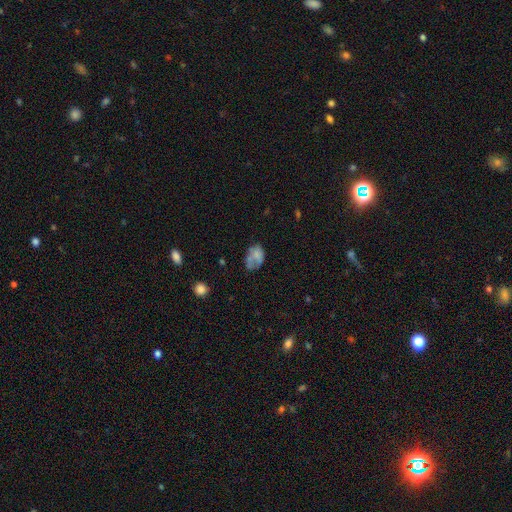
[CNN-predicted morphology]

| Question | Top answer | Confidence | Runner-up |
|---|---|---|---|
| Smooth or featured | smooth | 61% | featured or disk (28%) |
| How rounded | in between | 83% | round (16%) |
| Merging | none | 37% | minor disturbance (28%) |